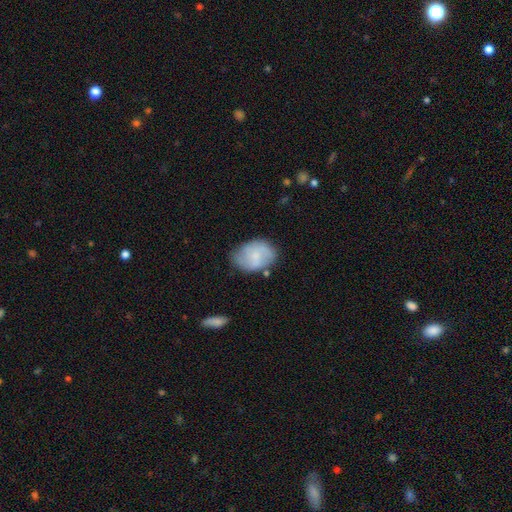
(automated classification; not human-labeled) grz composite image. It shows a smooth galaxy with no disk features (63%) that is in between round and cigar-shaped (73%). Merging: none (64%).